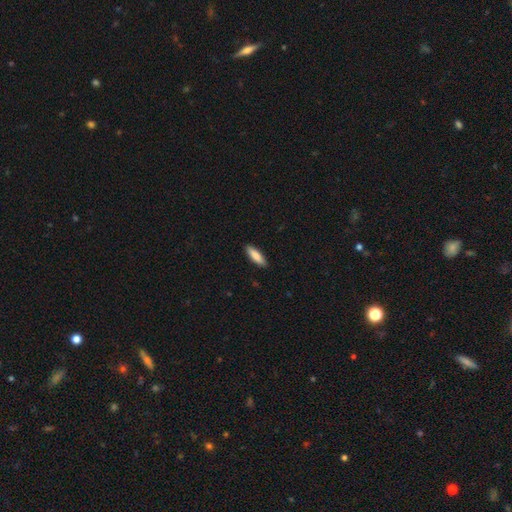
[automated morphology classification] The model was most divided on "how rounded": cigar-shaped: 55%, in between: 44%, round: 2%. More confident: merging — none (89%); smooth or featured — smooth (85%).